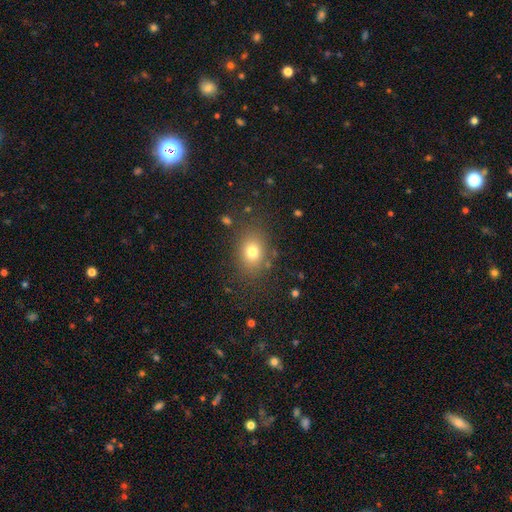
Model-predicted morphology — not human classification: Smooth or featured?
  - smooth: 68% *
  - star or artifact: 22%
  - featured or disk: 10%
How rounded?
  - in between: 55% *
  - round: 44%
  - cigar-shaped: 1%
Merging?
  - none: 85% *
  - minor disturbance: 10%
  - major disturbance: 3%
  - merger: 2%